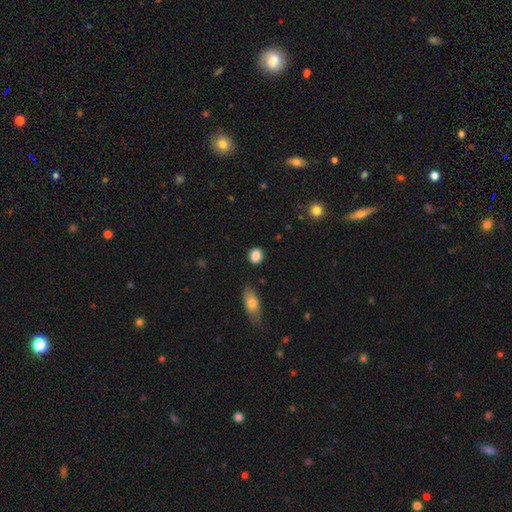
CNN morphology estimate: type=smooth (87%); roundness=round (57%); merging=none (86%).